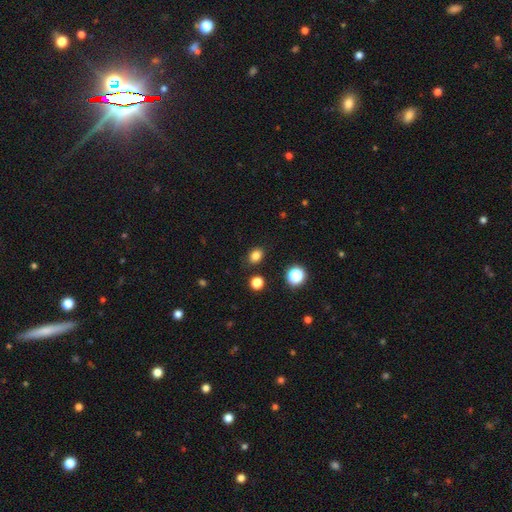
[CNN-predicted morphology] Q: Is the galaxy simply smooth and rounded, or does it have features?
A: smooth — 81%.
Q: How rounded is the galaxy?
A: in between — 56%.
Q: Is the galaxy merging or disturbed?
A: none — 85%.